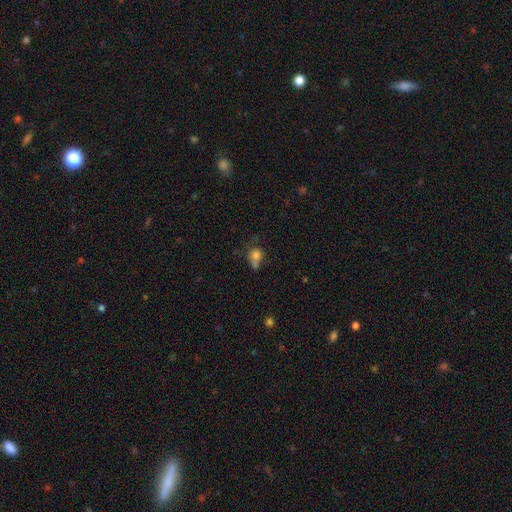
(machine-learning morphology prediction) Smooth or featured? Predicted: smooth (p=0.73). How rounded? Predicted: round (p=0.61). Merging? Predicted: none (p=0.34).